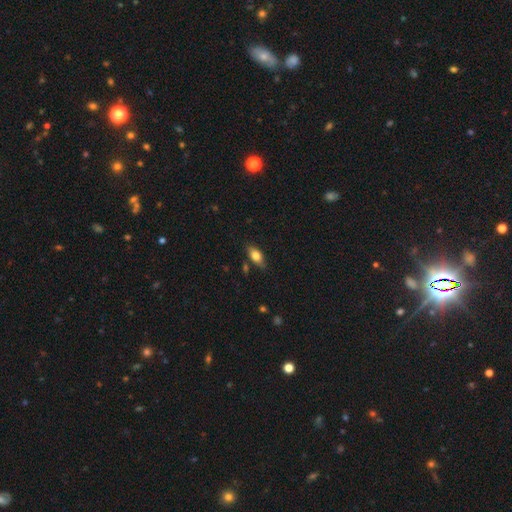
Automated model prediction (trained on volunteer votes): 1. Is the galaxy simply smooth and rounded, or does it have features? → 77% smooth, 15% featured or disk, 8% star or artifact.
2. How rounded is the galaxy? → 86% in between, 9% cigar-shaped, 5% round.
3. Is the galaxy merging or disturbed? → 78% none, 16% minor disturbance, 3% merger, 3% major disturbance.